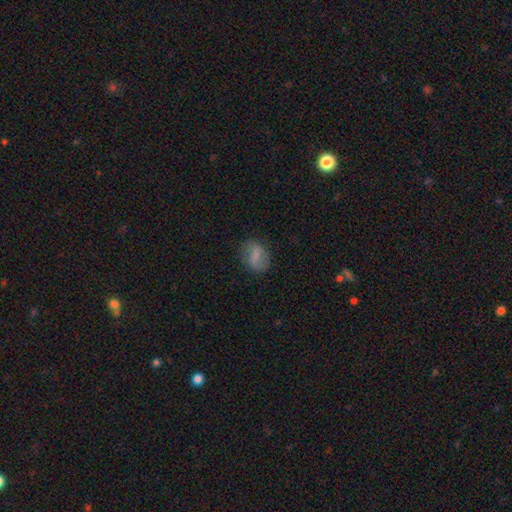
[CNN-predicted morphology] Smooth or featured?
  - smooth: 63% *
  - featured or disk: 28%
  - star or artifact: 10%
How rounded?
  - in between: 67% *
  - round: 30%
  - cigar-shaped: 3%
Merging?
  - none: 75% *
  - minor disturbance: 17%
  - major disturbance: 6%
  - merger: 1%